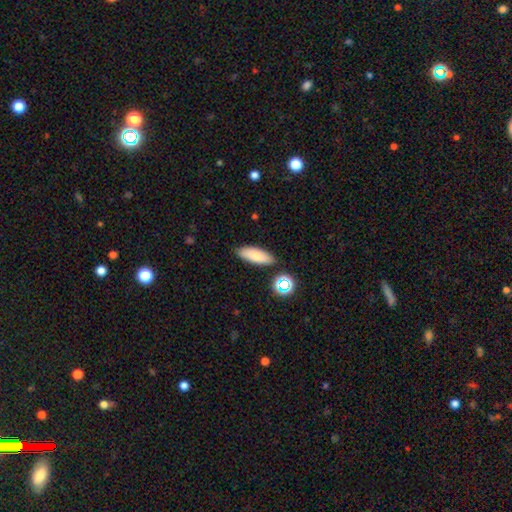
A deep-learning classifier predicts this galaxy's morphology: Smooth or featured? smooth (79%)
How rounded? in between (69%)
Merging? none (85%)